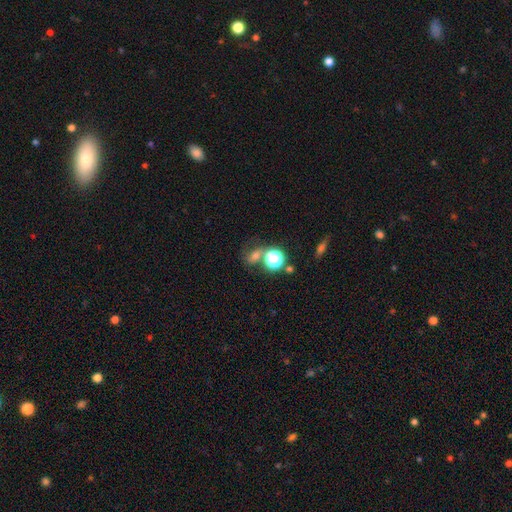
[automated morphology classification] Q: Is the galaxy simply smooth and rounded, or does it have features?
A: star or artifact — 47%.